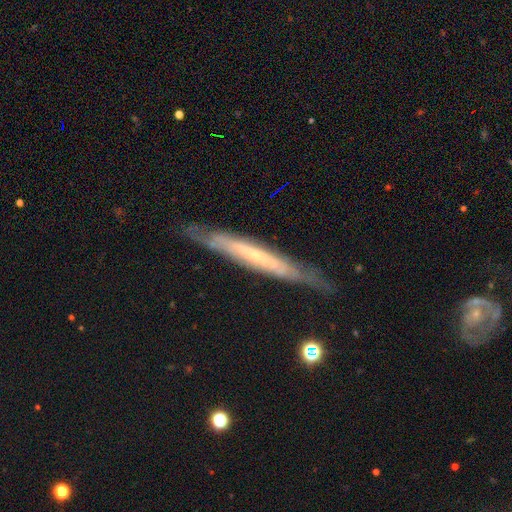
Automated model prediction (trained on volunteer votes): Smooth or featured?
  - featured or disk: 71% *
  - smooth: 23%
  - star or artifact: 6%
Edge-on disk?
  - yes: 79% *
  - no: 21%
Edge-on bulge?
  - none: 65% *
  - rounded: 28%
  - boxy: 8%
Merging?
  - none: 78% *
  - minor disturbance: 17%
  - major disturbance: 4%
  - merger: 1%